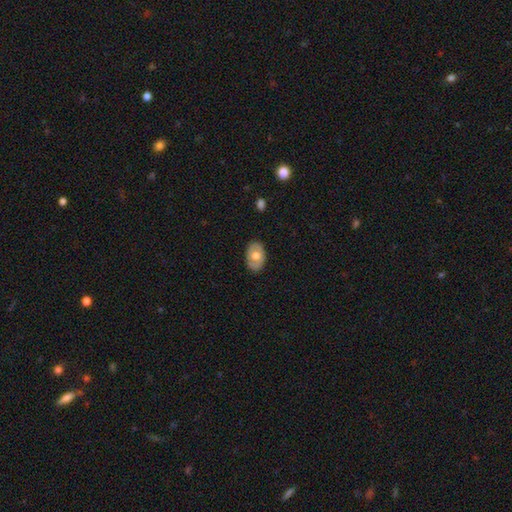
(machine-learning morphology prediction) smooth 54%, featured or disk 40%, star or artifact 6%. Down the decision tree: how rounded — in between (85%); merging — none (83%).